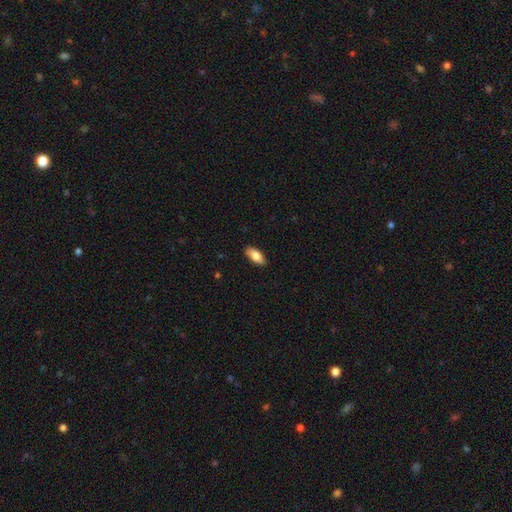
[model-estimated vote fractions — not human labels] Overall: smooth (80%). How rounded: in between (85%). Merging: none (87%).